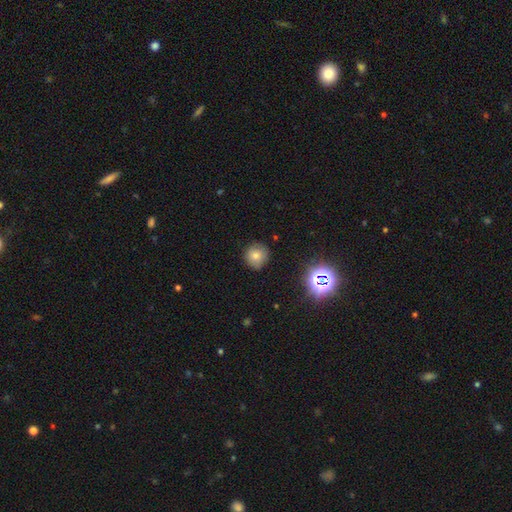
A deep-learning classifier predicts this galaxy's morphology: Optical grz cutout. It shows a smooth galaxy with no disk features (75%) that is round (91%). Merging: none (83%).